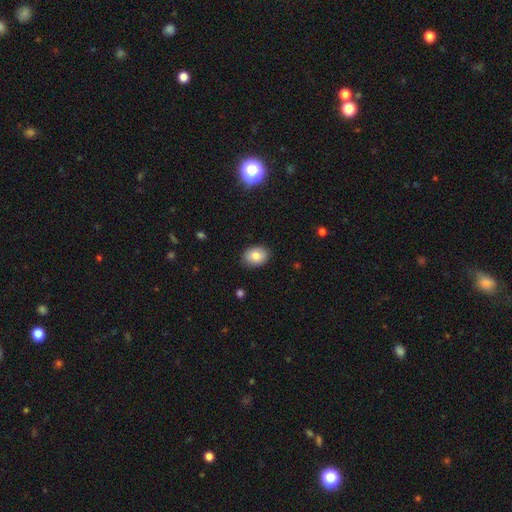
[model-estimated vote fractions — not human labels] Smooth or featured?
  - smooth: 82% *
  - featured or disk: 10%
  - star or artifact: 9%
How rounded?
  - in between: 68% *
  - round: 31%
  - cigar-shaped: 1%
Merging?
  - none: 87% *
  - minor disturbance: 10%
  - major disturbance: 2%
  - merger: 1%